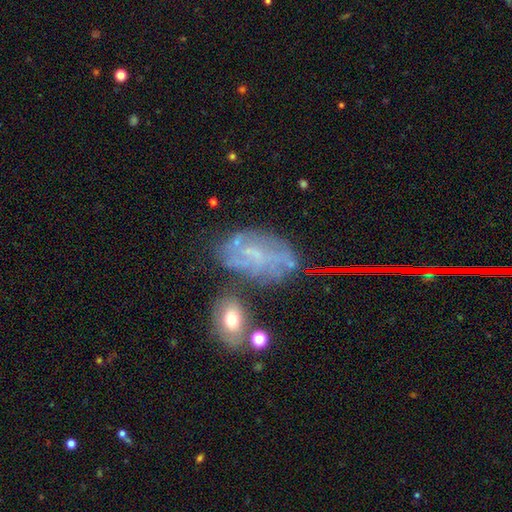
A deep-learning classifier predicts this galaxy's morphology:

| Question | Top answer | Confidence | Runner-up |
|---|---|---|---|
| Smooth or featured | featured or disk | 61% | smooth (25%) |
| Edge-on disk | no | 95% | yes (5%) |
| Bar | no | 58% | weak (33%) |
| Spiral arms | yes | 60% | no (40%) |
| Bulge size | none | 45% | small (40%) |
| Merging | none | 47% | minor disturbance (24%) |